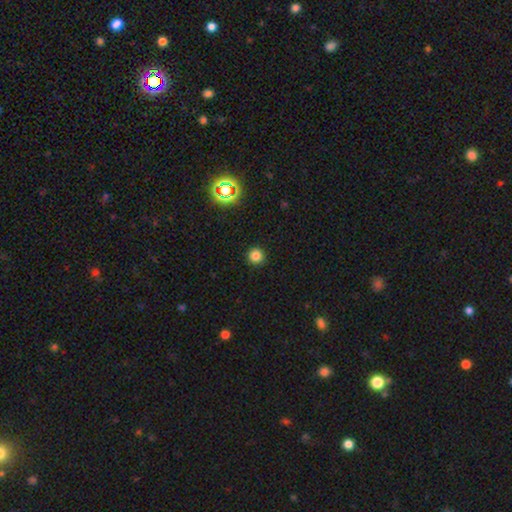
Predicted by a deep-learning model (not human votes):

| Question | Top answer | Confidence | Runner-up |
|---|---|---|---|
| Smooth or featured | smooth | 81% | star or artifact (15%) |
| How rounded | round | 96% | in between (3%) |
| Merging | none | 93% | minor disturbance (4%) |